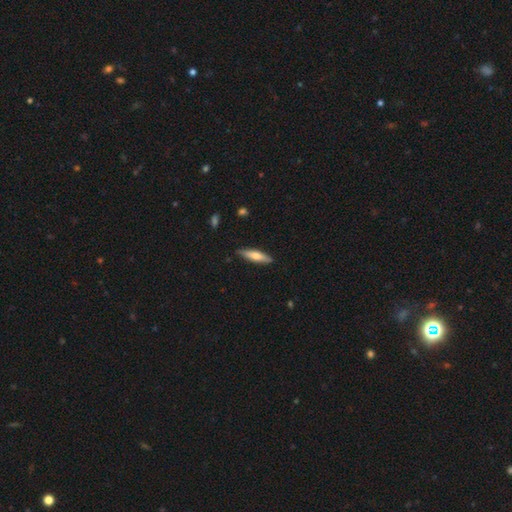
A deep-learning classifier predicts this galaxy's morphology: A smooth galaxy with no disk features (59%) that is cigar-shaped (75%). Merging: none (87%).